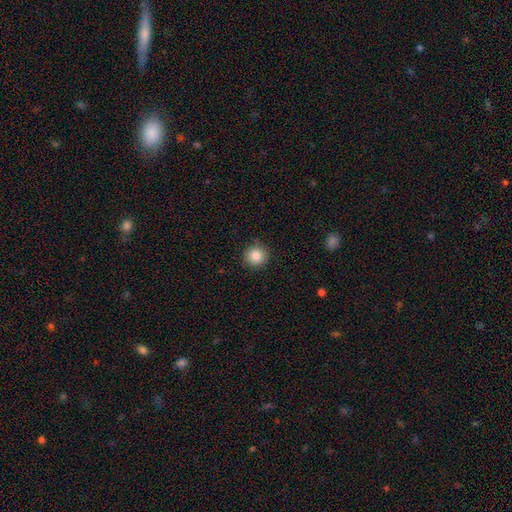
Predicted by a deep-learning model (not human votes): smooth 85%, star or artifact 10%, featured or disk 5%. Down the decision tree: how rounded — round (93%); merging — none (88%).